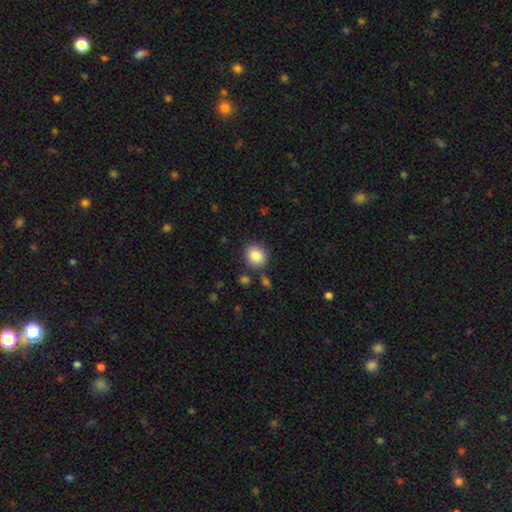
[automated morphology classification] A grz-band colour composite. It shows a smooth galaxy with no disk features (85%) that is round (78%). Merging: none (83%).